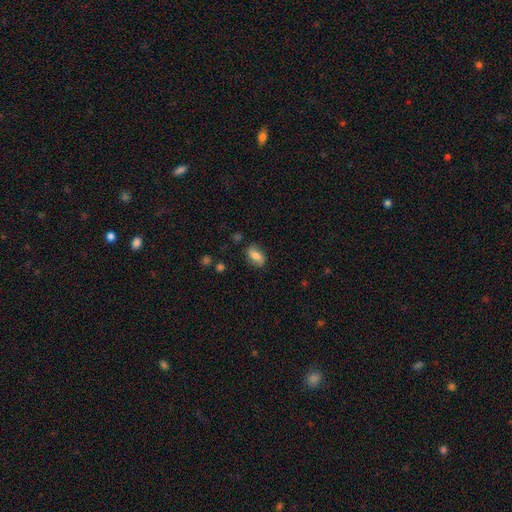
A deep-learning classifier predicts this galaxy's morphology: Smooth or featured? Predicted: smooth (p=0.65). How rounded? Predicted: in between (p=0.85). Merging? Predicted: none (p=0.77).